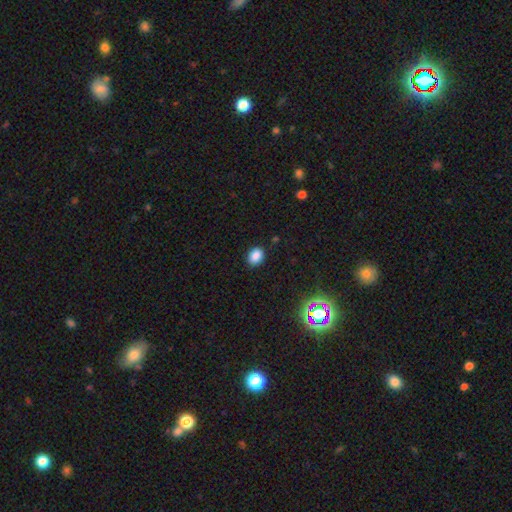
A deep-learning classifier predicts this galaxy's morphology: Smooth or featured?
  - smooth: 85% *
  - star or artifact: 12%
  - featured or disk: 3%
How rounded?
  - in between: 63% *
  - round: 36%
  - cigar-shaped: 1%
Merging?
  - none: 88% *
  - minor disturbance: 9%
  - major disturbance: 2%
  - merger: 1%